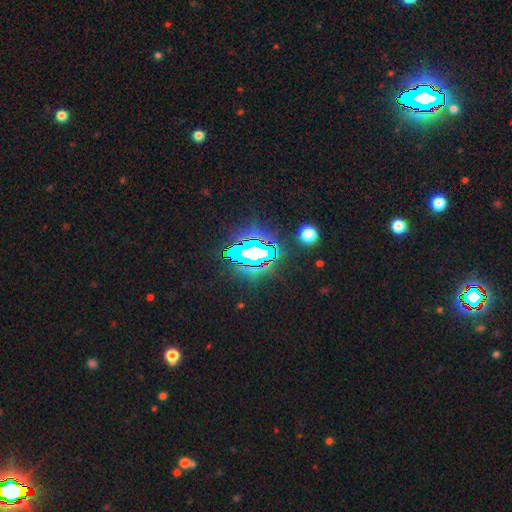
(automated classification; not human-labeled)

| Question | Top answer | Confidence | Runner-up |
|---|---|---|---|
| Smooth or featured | star or artifact | 82% | smooth (11%) |